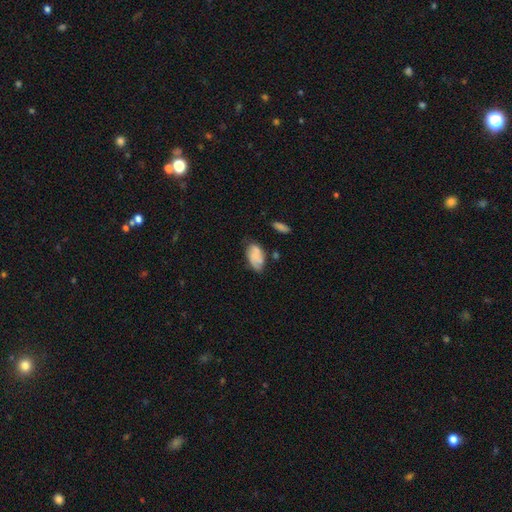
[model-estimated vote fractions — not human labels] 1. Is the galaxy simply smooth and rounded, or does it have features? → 66% smooth, 26% featured or disk, 8% star or artifact.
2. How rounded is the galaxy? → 92% in between, 5% round, 3% cigar-shaped.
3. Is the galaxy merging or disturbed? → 56% none, 30% minor disturbance, 9% major disturbance, 6% merger.